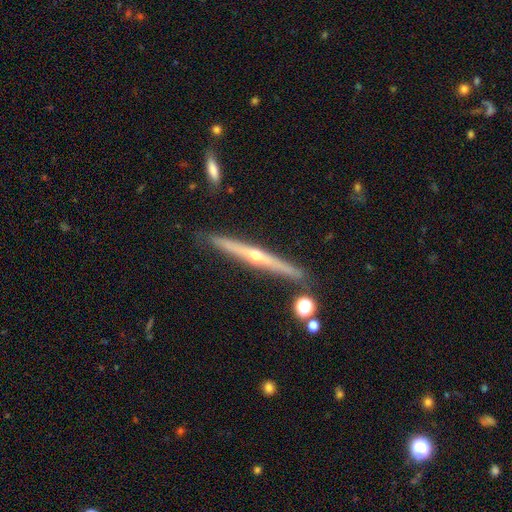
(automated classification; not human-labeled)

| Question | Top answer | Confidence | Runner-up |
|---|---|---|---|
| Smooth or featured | featured or disk | 80% | smooth (14%) |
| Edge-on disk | yes | 98% | no (2%) |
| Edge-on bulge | rounded | 87% | none (11%) |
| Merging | none | 88% | minor disturbance (8%) |